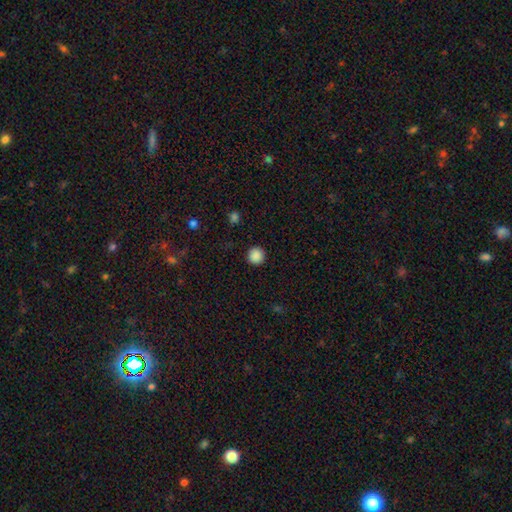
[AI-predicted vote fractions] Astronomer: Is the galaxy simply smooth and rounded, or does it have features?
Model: smooth — 88%.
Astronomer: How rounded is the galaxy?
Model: round — 95%.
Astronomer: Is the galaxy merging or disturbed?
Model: none — 92%.